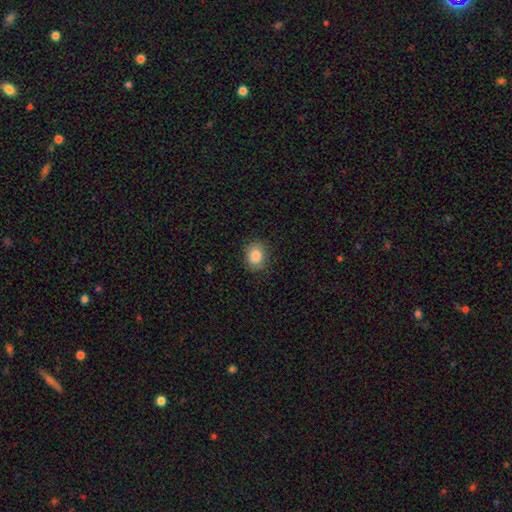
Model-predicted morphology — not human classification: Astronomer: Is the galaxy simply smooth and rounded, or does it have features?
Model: smooth — 85%.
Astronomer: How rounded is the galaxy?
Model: round — 63%.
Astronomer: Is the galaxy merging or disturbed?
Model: none — 86%.